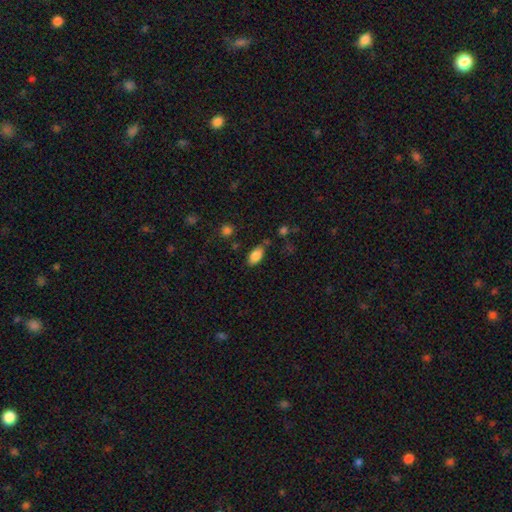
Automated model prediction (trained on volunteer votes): Smooth or featured?
  - smooth: 85% *
  - star or artifact: 8%
  - featured or disk: 7%
How rounded?
  - in between: 92% *
  - cigar-shaped: 5%
  - round: 4%
Merging?
  - none: 73% *
  - minor disturbance: 17%
  - merger: 5%
  - major disturbance: 5%